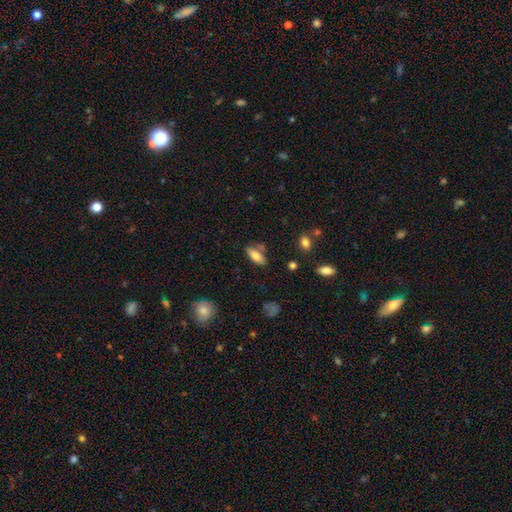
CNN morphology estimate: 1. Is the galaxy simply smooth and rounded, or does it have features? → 79% smooth, 13% featured or disk, 8% star or artifact.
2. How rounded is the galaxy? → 80% in between, 17% cigar-shaped, 2% round.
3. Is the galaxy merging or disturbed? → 65% none, 19% minor disturbance, 11% merger, 5% major disturbance.